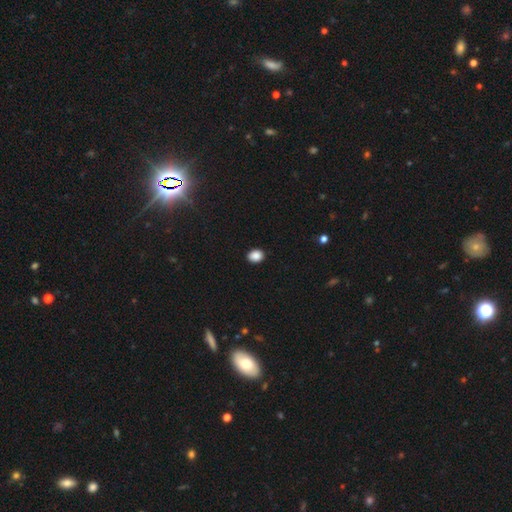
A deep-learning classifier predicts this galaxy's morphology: Overall: smooth (89%). How rounded: in between (57%; round 42%). Merging: none (90%).